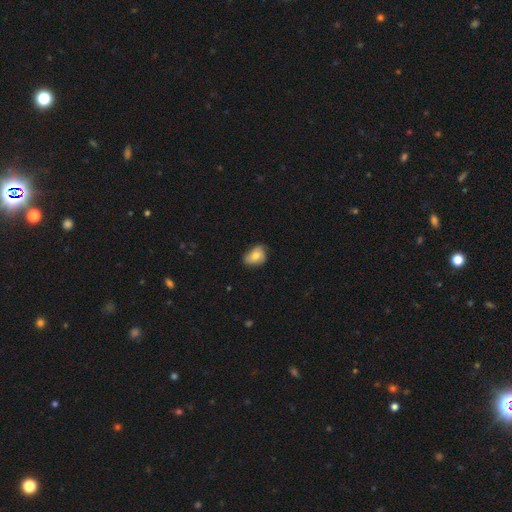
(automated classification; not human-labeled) A smooth galaxy with no disk features (68%) that is in between round and cigar-shaped (73%). Merging: none (55%).